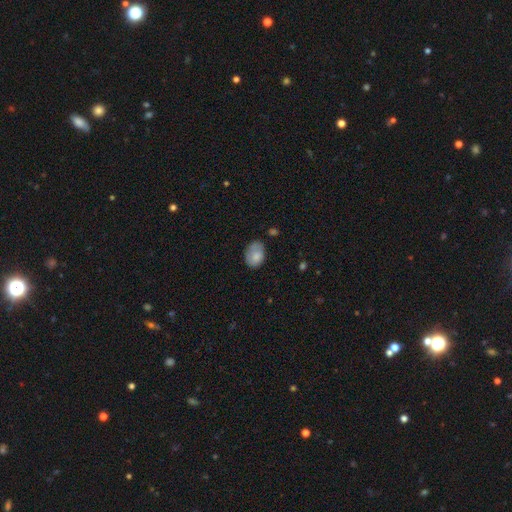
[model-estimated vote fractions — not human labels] Smooth or featured: smooth — 79% (featured or disk — 13%)
How rounded: in between — 80% (round — 19%)
Merging: none — 54% (minor disturbance — 32%)